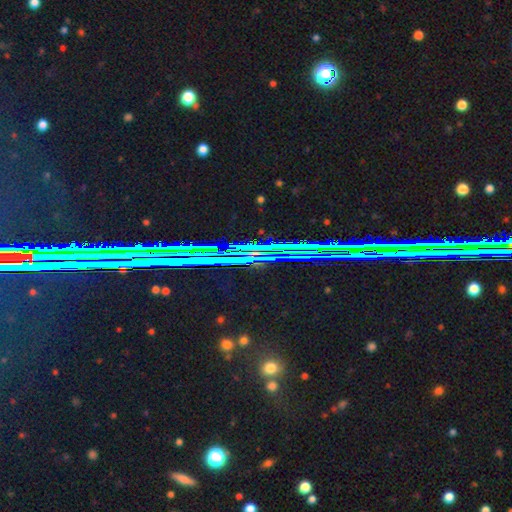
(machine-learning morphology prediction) Q: Smooth or featured?
A: star or artifact (81%); runner-up: featured or disk (10%)